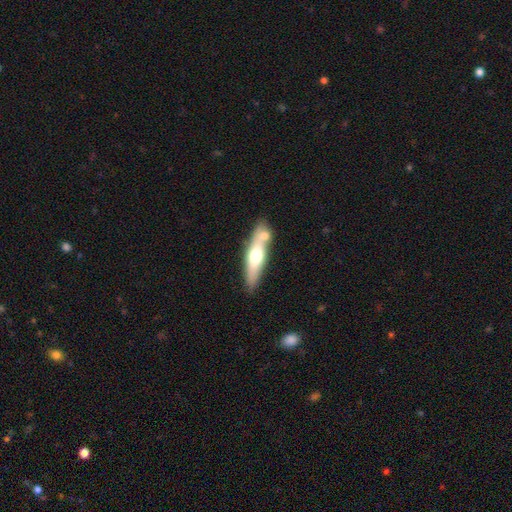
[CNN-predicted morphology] Q: Smooth or featured?
A: smooth (51%); runner-up: featured or disk (44%)
Q: How rounded?
A: cigar-shaped (71%); runner-up: in between (26%)
Q: Merging?
A: none (58%); runner-up: merger (26%)